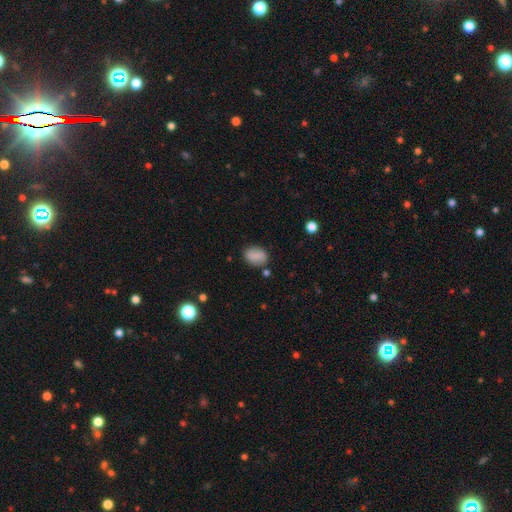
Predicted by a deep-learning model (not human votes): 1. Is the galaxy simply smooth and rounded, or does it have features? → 81% smooth, 11% featured or disk, 9% star or artifact.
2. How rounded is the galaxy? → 75% in between, 24% round, 2% cigar-shaped.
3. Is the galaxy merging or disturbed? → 77% none, 14% minor disturbance, 4% merger, 4% major disturbance.